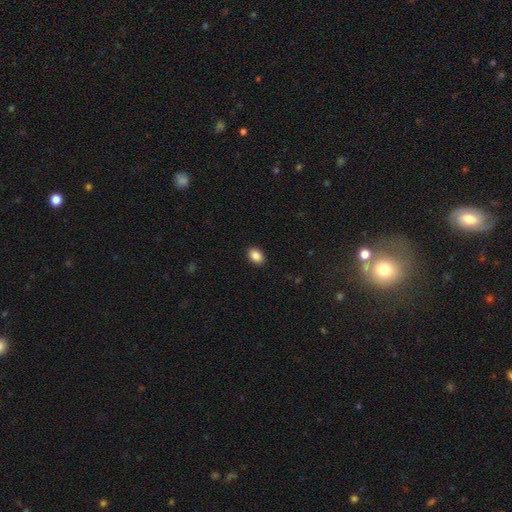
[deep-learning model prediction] Smooth or featured? smooth (88%)
How rounded? in between (77%)
Merging? none (91%)